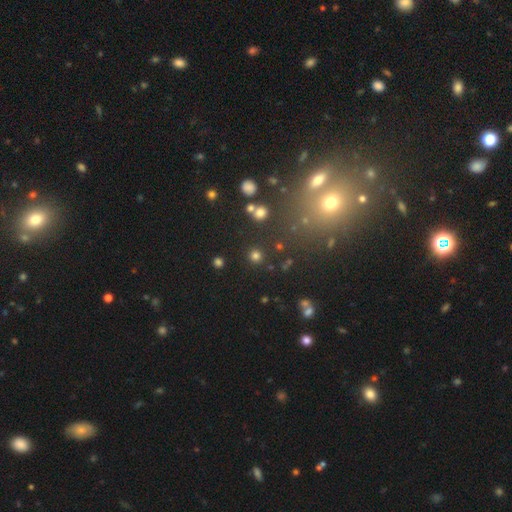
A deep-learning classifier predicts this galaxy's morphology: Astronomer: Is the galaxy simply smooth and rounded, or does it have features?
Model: smooth — 77%.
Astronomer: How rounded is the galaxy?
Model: round — 93%.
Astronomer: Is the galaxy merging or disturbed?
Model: none — 89%.